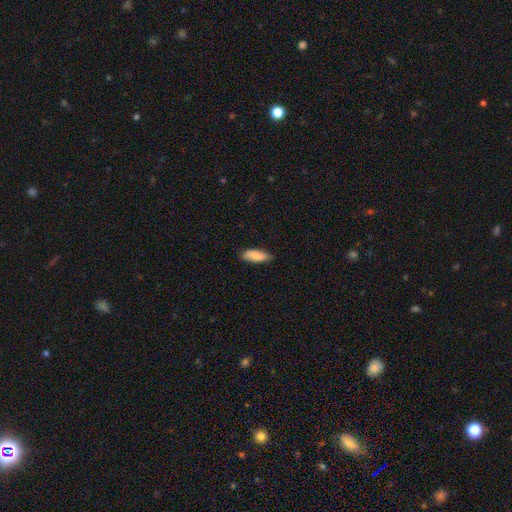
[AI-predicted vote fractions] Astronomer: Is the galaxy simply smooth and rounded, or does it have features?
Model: smooth — 86%.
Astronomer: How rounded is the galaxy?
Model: in between — 65%.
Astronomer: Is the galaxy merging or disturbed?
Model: none — 85%.